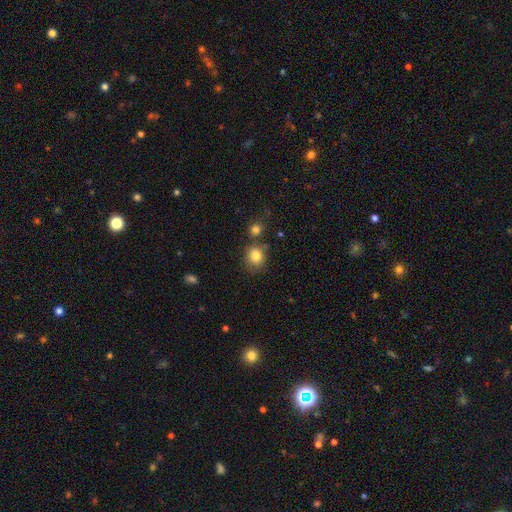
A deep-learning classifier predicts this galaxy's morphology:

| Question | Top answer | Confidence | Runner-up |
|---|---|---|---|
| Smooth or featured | smooth | 83% | star or artifact (11%) |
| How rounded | round | 82% | in between (17%) |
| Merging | none | 71% | merger (13%) |